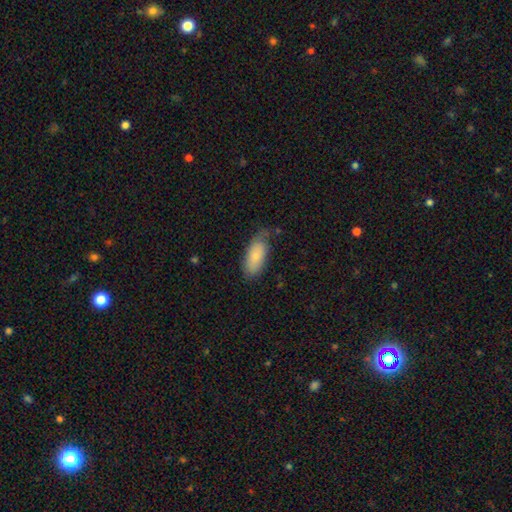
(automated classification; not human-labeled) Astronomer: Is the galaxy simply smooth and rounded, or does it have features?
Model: smooth — 78%.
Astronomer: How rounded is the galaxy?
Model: in between — 88%.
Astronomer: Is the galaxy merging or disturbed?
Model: none — 61%.